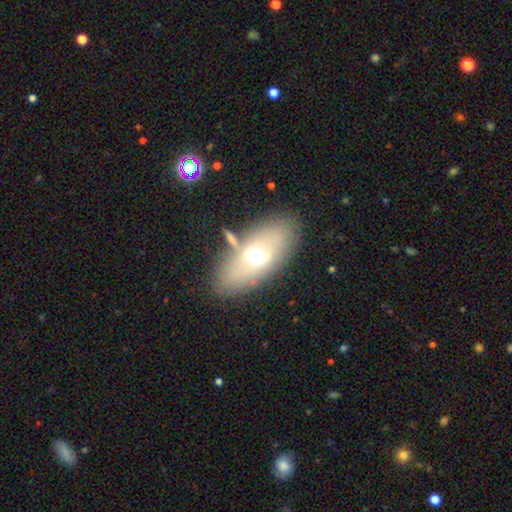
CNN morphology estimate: This appears to be a smooth galaxy with no disk features (55%) that is in between round and cigar-shaped (86%). Merging: none (72%).